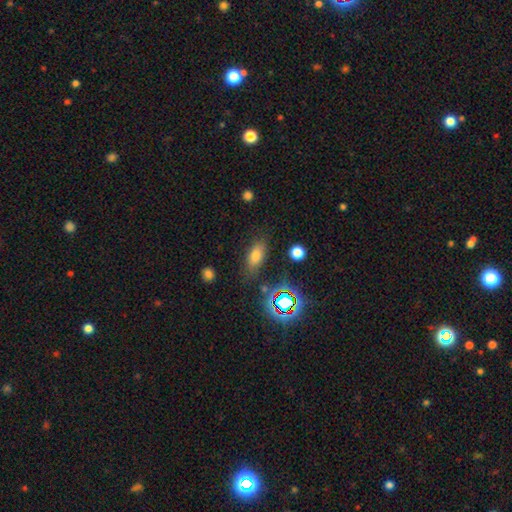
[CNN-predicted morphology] This appears to be a smooth galaxy with no disk features (68%) that is in between round and cigar-shaped (79%). Merging: none (79%).